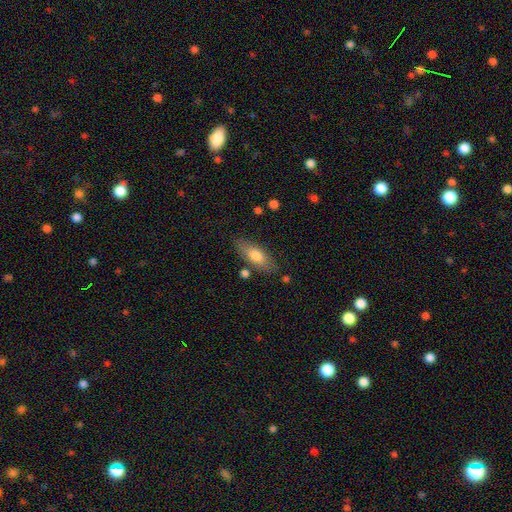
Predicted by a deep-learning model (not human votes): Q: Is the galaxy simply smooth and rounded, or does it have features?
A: smooth — 72%.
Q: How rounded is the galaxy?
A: in between — 76%.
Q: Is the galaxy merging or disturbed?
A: none — 79%.